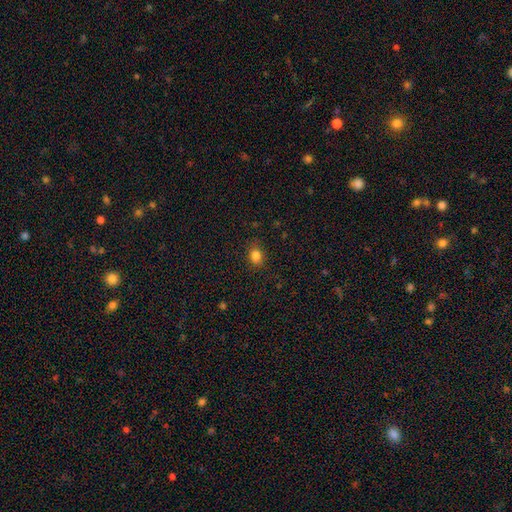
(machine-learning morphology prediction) A smooth galaxy with no disk features (83%) that is round (55%).

Vote fractions:
- Smooth or featured? smooth: 83% / star or artifact: 12% / featured or disk: 5%
- How rounded? round: 55% / in between: 44% / cigar-shaped: 1%
- Merging? none: 85% / minor disturbance: 11% / major disturbance: 3% / merger: 1%